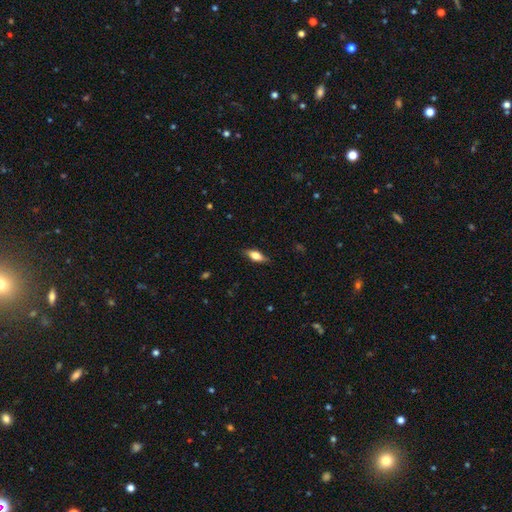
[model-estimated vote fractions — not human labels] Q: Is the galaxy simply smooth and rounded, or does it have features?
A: smooth — 65%.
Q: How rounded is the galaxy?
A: in between — 72%.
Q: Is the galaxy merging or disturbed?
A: none — 84%.